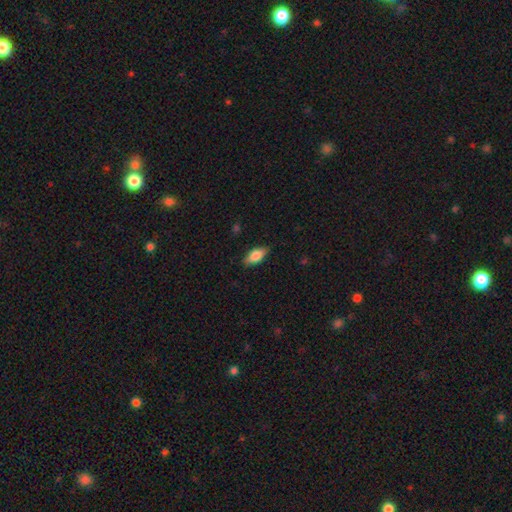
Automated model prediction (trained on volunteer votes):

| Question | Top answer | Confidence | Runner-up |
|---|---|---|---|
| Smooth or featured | smooth | 75% | featured or disk (18%) |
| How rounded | in between | 85% | cigar-shaped (12%) |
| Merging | none | 83% | minor disturbance (13%) |